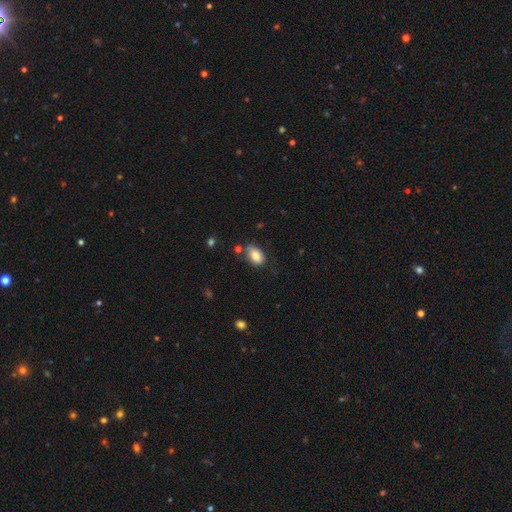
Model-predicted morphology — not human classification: Smooth or featured? smooth (85%)
How rounded? in between (89%)
Merging? none (66%)